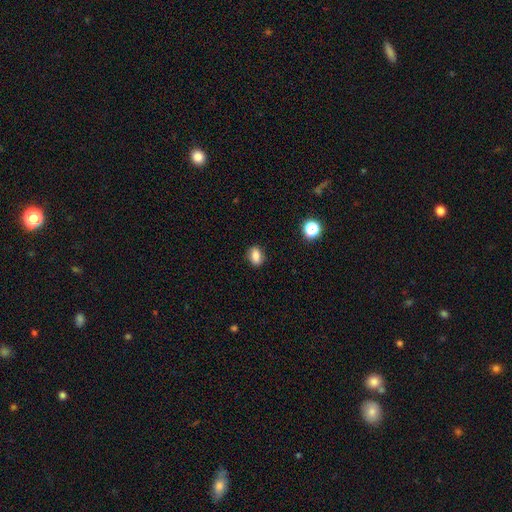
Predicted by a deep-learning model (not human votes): Smooth or featured: smooth — 78% (featured or disk — 11%)
How rounded: in between — 73% (round — 24%)
Merging: none — 85% (minor disturbance — 11%)